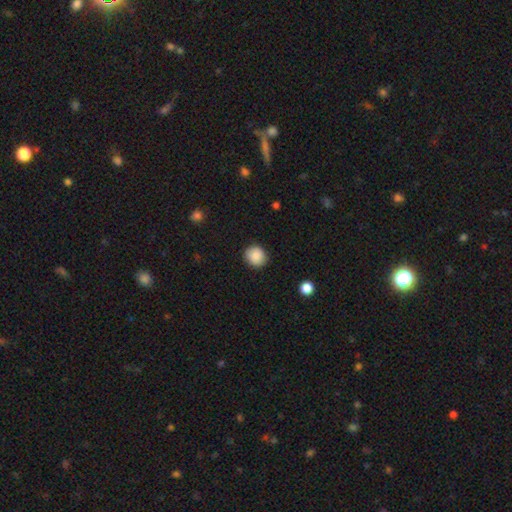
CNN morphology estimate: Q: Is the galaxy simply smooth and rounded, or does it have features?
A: smooth — 88%.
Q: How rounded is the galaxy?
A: round — 87%.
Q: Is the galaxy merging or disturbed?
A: none — 89%.